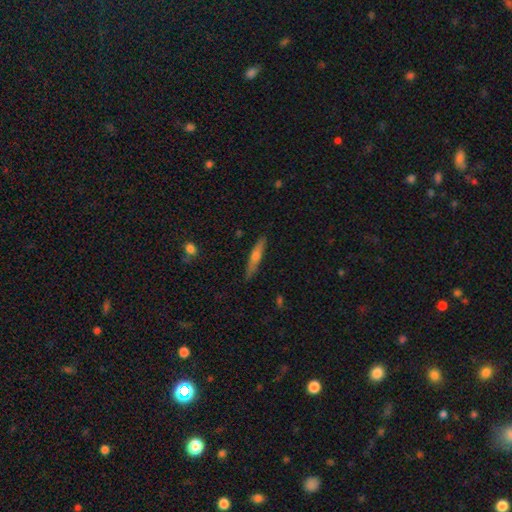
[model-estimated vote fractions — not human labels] Morphology: type=smooth (49%); merging=none (87%).